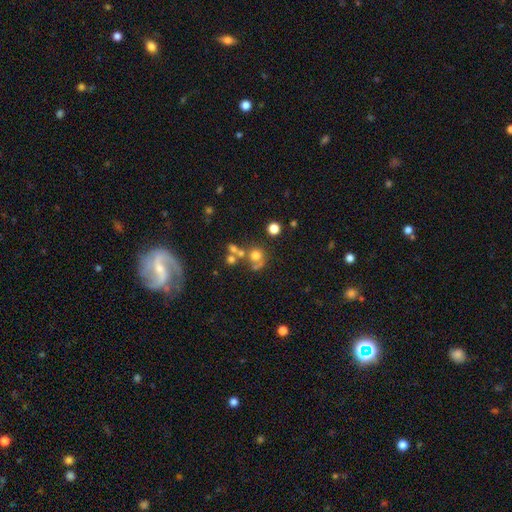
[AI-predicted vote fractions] A smooth galaxy with no disk features (63%) that is round (87%).

Vote fractions:
- Smooth or featured? smooth: 63% / star or artifact: 19% / featured or disk: 18%
- How rounded? round: 87% / in between: 12% / cigar-shaped: 1%
- Merging? none: 49% / merger: 33% / minor disturbance: 11% / major disturbance: 8%